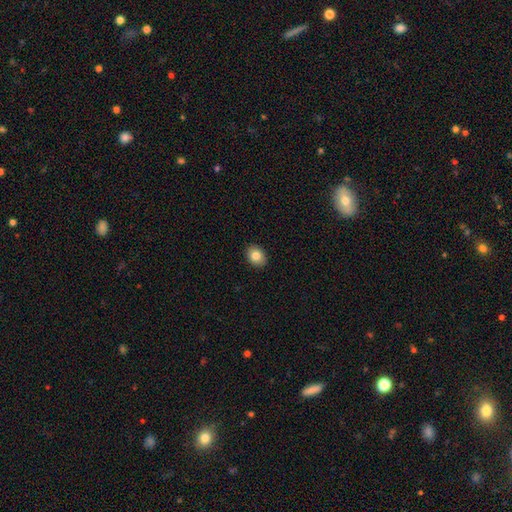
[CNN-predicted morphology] Smooth or featured? Predicted: smooth (p=0.83). How rounded? Predicted: in between (p=0.63). Merging? Predicted: none (p=0.90).